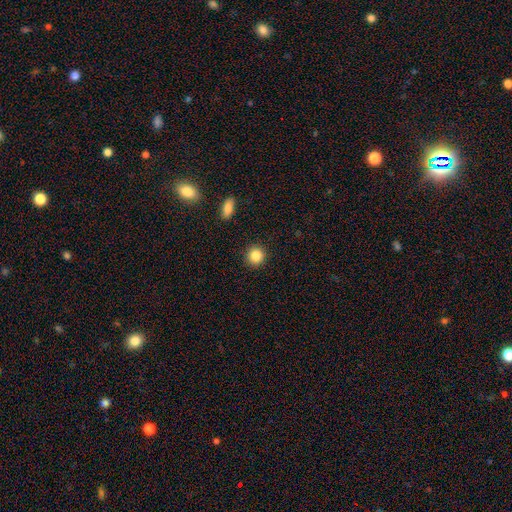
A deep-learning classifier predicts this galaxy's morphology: Smooth or featured?
  - smooth: 85% *
  - star or artifact: 10%
  - featured or disk: 5%
How rounded?
  - round: 91% *
  - in between: 8%
  - cigar-shaped: 1%
Merging?
  - none: 92% *
  - minor disturbance: 5%
  - major disturbance: 2%
  - merger: 1%